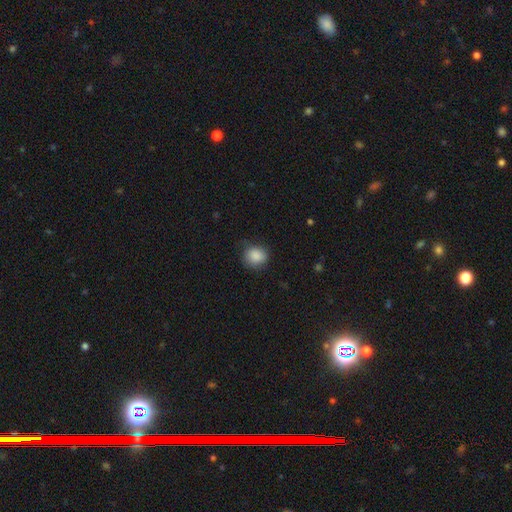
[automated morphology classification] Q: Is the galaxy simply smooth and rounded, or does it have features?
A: smooth — 88%.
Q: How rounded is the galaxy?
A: round — 78%.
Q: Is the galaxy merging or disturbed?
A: none — 73%.